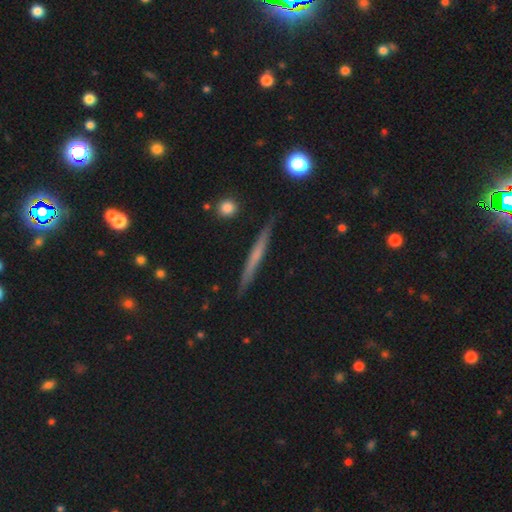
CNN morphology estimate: The model was most divided on "smooth or featured": featured or disk: 49%, smooth: 45%, star or artifact: 7%. More confident: merging — none (89%).